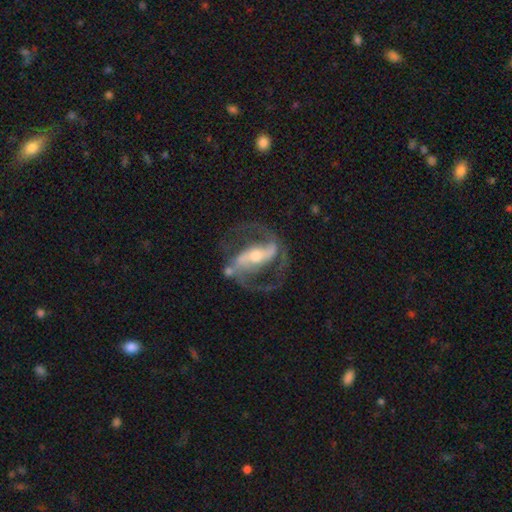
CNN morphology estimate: Smooth or featured? Predicted: featured or disk (p=0.90). Edge-on disk? Predicted: no (p=0.96). Bar? Predicted: strong (p=0.64). Spiral arms? Predicted: yes (p=0.96). Spiral winding? Predicted: medium (p=0.59). Spiral arm count? Predicted: 2 (p=0.93). Bulge size? Predicted: moderate (p=0.50). Merging? Predicted: none (p=0.72).